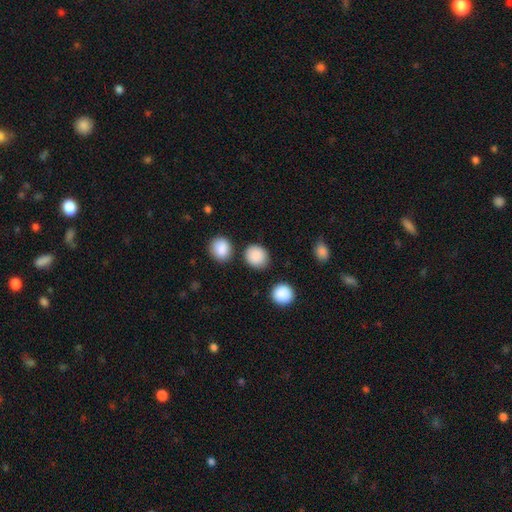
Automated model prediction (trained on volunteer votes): Smooth or featured? smooth (88%)
How rounded? round (76%)
Merging? none (80%)